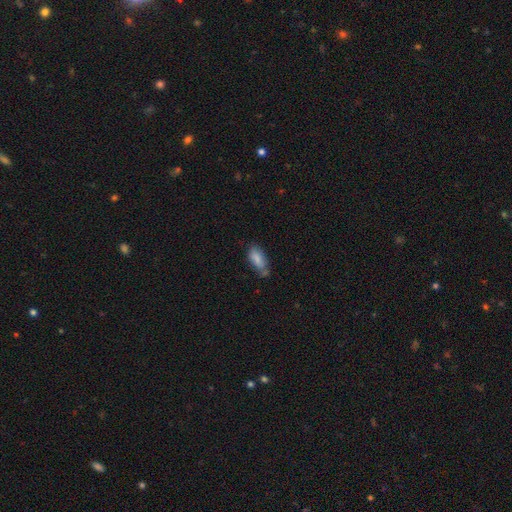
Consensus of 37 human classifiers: smooth-or-featured: smooth: 65% | featured or disk: 27% | star or artifact: 8%
  how-rounded: in between: 67% | cigar-shaped: 33% | round: 0%
  merging: none: 56% | minor disturbance: 38% | merger: 6% | major disturbance: 0%